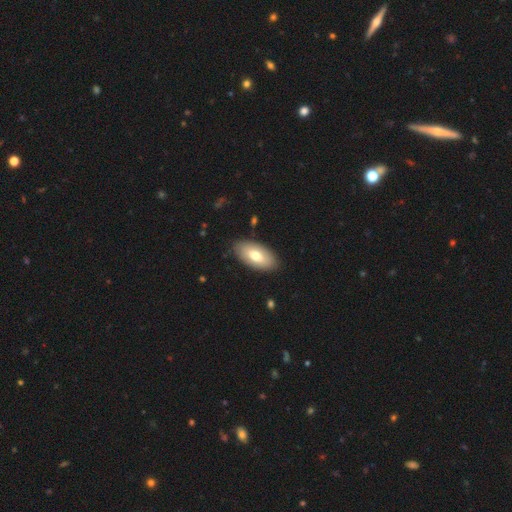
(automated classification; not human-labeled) Q: Smooth or featured?
A: smooth (70%); runner-up: featured or disk (24%)
Q: How rounded?
A: in between (94%); runner-up: cigar-shaped (4%)
Q: Merging?
A: none (87%); runner-up: minor disturbance (9%)